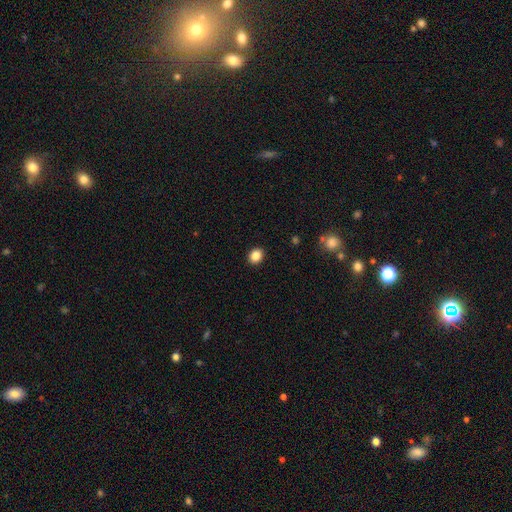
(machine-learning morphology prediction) This is clearly a smooth galaxy (86%). How rounded: possibly round (56%). Merging: clearly none (91%).